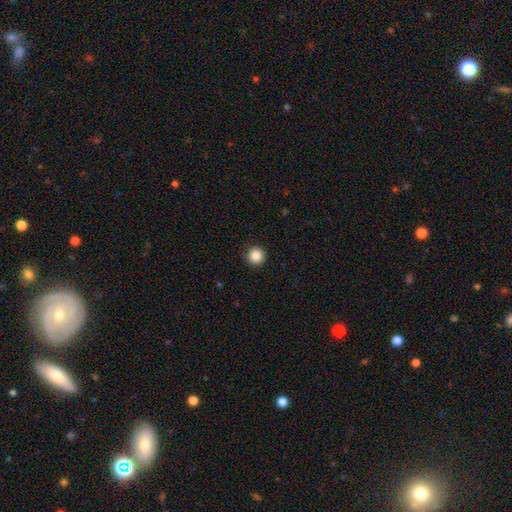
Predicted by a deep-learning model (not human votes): Morphology: type=smooth (86%); roundness=round (96%); merging=none (92%).